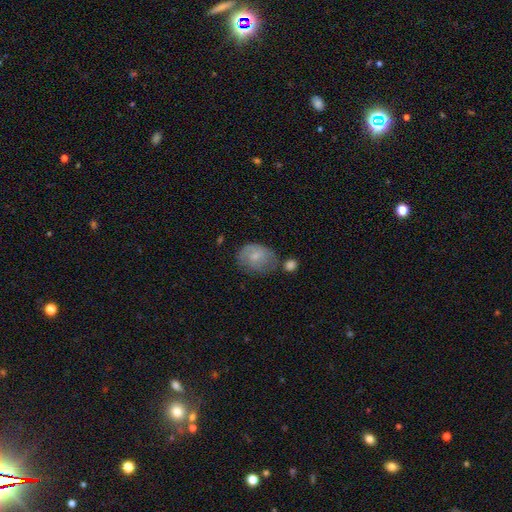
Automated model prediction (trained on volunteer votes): Morphology: type=smooth (59%); roundness=in between (56%); merging=none (52%).